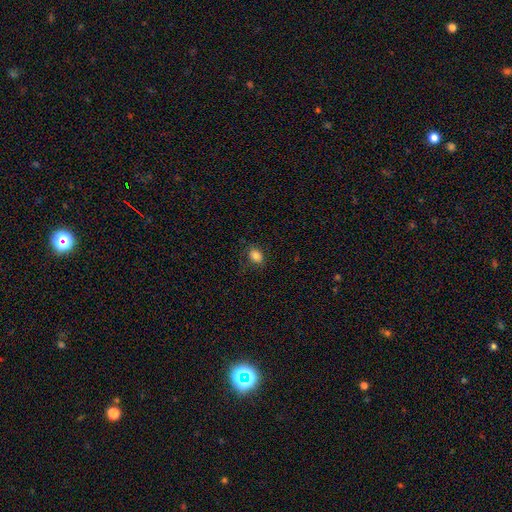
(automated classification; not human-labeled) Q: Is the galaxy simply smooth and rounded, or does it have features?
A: smooth — 84%.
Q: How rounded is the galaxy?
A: in between — 65%.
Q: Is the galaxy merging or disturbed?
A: none — 79%.